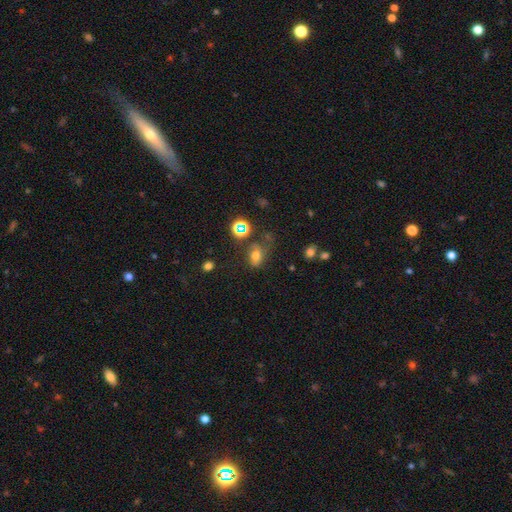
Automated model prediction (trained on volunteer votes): This is likely a smooth galaxy (65%). How rounded: likely in between (70%). Merging: possibly none (54%).